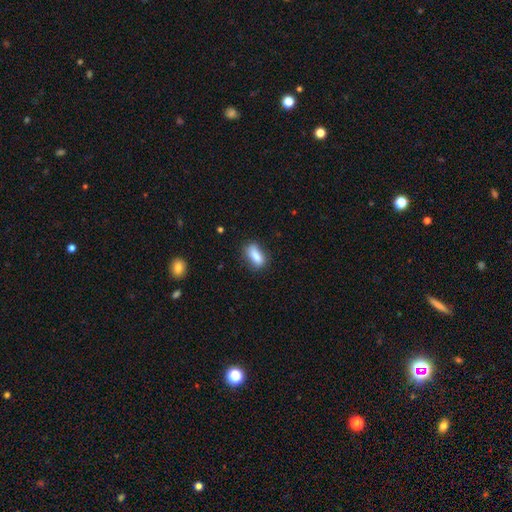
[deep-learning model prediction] The model was most divided on "merging": none: 74%, minor disturbance: 19%, major disturbance: 5%, merger: 2%. More confident: smooth or featured — smooth (84%); how rounded — in between (79%).